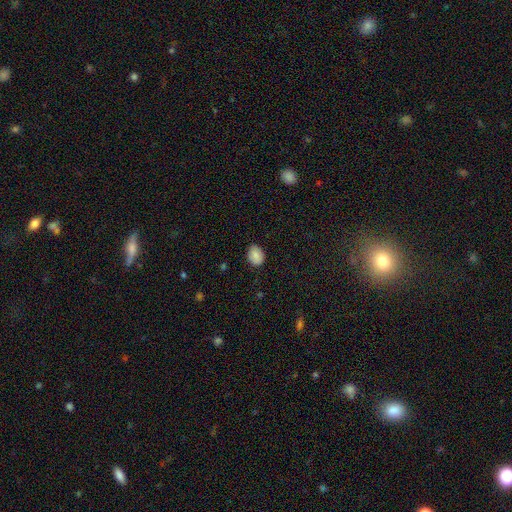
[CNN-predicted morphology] Smooth or featured? Predicted: smooth (p=0.85). How rounded? Predicted: in between (p=0.57). Merging? Predicted: none (p=0.82).